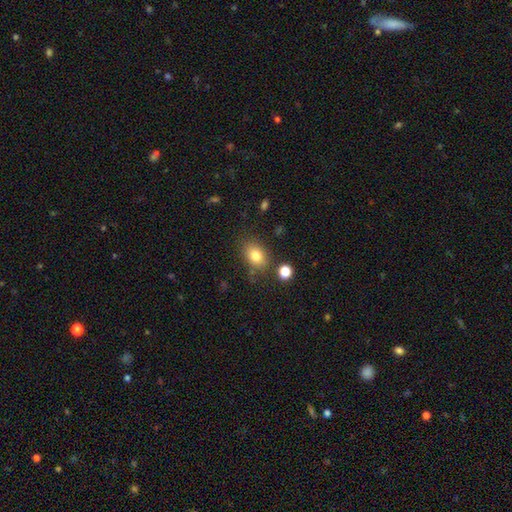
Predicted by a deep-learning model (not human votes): Smooth or featured? Predicted: smooth (p=0.81). How rounded? Predicted: in between (p=0.71). Merging? Predicted: none (p=0.76).